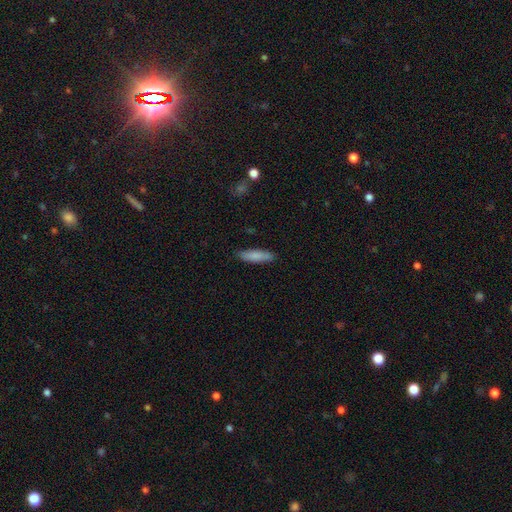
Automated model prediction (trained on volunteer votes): Morphology: type=smooth (83%); roundness=cigar-shaped (63%); merging=none (87%).